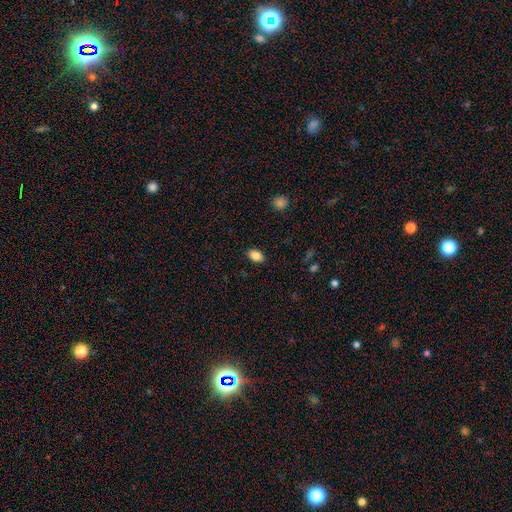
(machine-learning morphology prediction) Smooth or featured? smooth (85%)
How rounded? in between (83%)
Merging? none (88%)